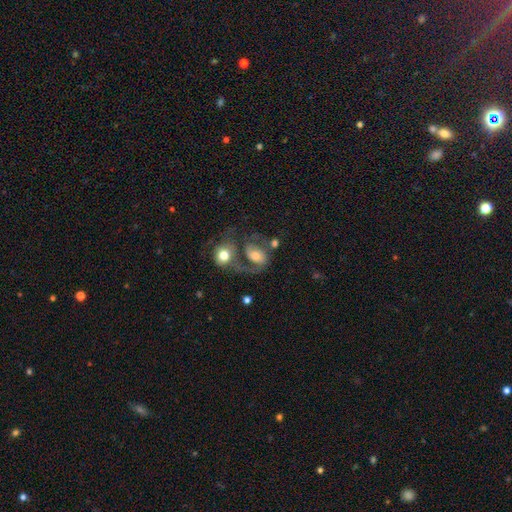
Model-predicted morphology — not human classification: type=featured or disk (57%); edge-on=no (97%); bar=no (62%); spiral arms=yes (77%); bulge=moderate (62%); merging=merger (41%).